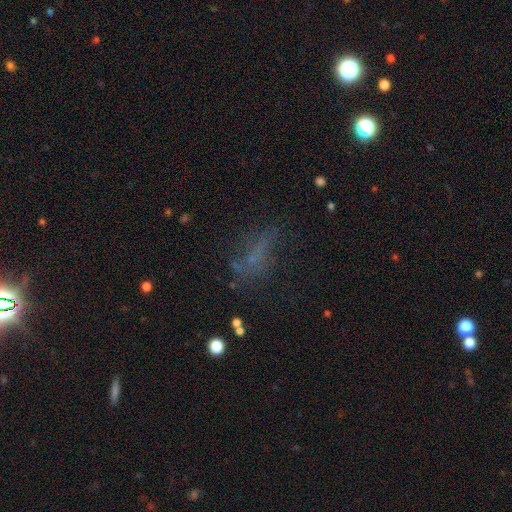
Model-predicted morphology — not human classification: type=smooth (42%); merging=none (47%).